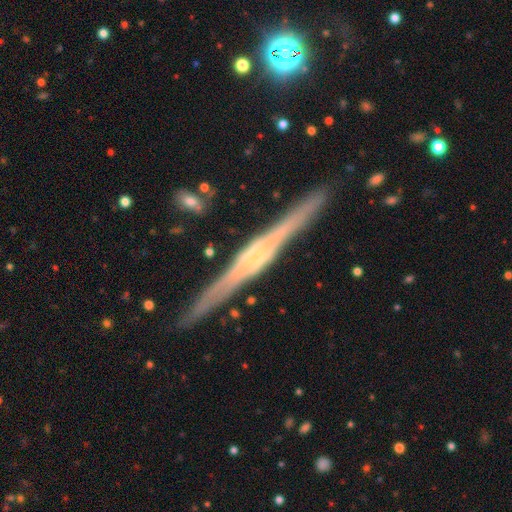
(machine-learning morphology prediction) Q: Smooth or featured?
A: featured or disk (85%); runner-up: smooth (9%)
Q: Edge-on disk?
A: yes (98%); runner-up: no (2%)
Q: Edge-on bulge?
A: boxy (45%); runner-up: rounded (41%)
Q: Merging?
A: none (90%); runner-up: minor disturbance (7%)